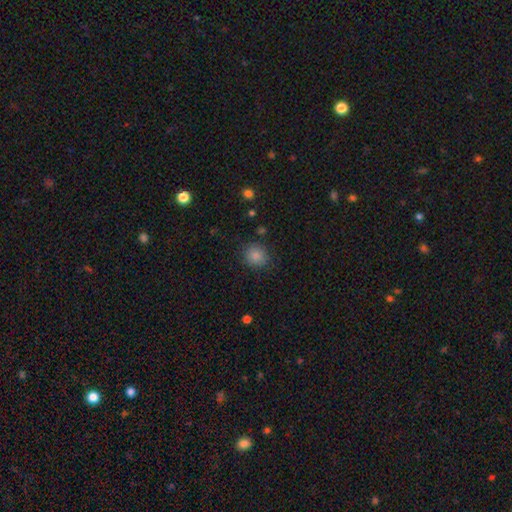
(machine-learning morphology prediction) A smooth galaxy with no disk features (85%) that is round (81%).

Vote fractions:
- Smooth or featured? smooth: 85% / star or artifact: 10% / featured or disk: 5%
- How rounded? round: 81% / in between: 18% / cigar-shaped: 1%
- Merging? none: 84% / minor disturbance: 11% / major disturbance: 3% / merger: 2%